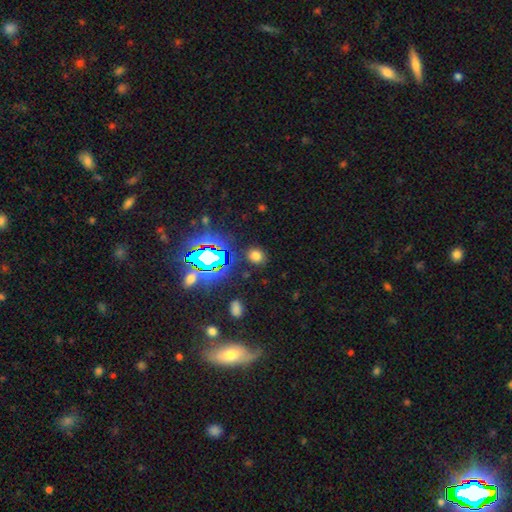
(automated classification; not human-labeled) smooth_or_featured: smooth (p=0.66) [alt: star or artifact p=0.27]
how_rounded: round (p=0.64) [alt: in between p=0.35]
merging: none (p=0.85) [alt: minor disturbance p=0.09]